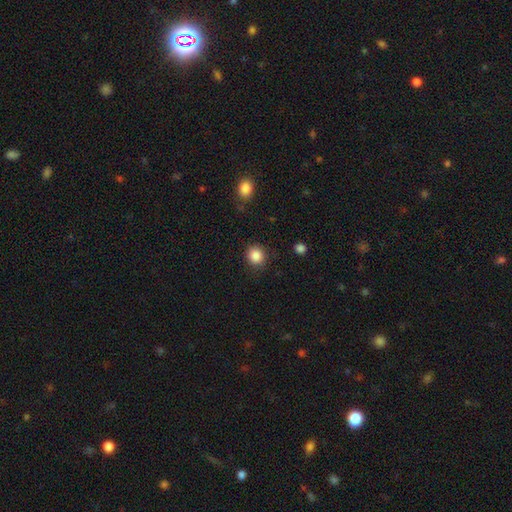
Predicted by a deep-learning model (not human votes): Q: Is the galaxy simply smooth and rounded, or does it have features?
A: smooth — 87%.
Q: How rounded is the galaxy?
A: round — 84%.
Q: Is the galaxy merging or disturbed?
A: none — 87%.